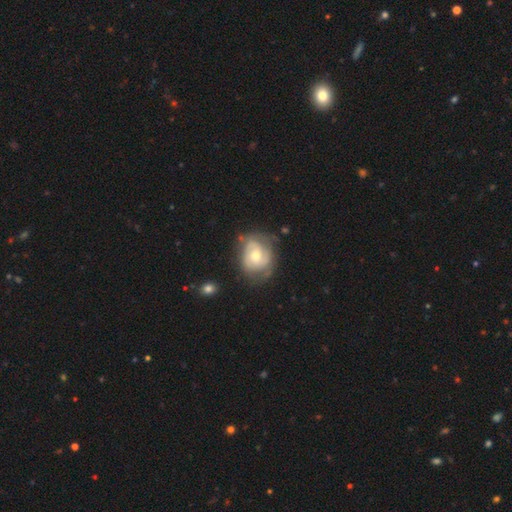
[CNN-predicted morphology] This is likely a featured or disk galaxy (62%). It is clearly not viewed edge-on (97%). Bar: likely no (63%). Spiral arm pattern: clearly yes (80%). Central bulge: likely moderate (61%). Merging: possibly none (58%).